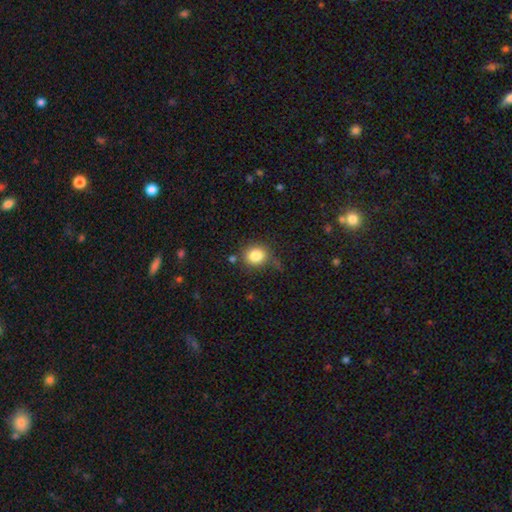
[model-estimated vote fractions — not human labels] A smooth galaxy with no disk features (83%) that is round (73%).

Vote fractions:
- Smooth or featured? smooth: 83% / star or artifact: 11% / featured or disk: 7%
- How rounded? round: 73% / in between: 26% / cigar-shaped: 1%
- Merging? none: 75% / minor disturbance: 15% / major disturbance: 5% / merger: 5%